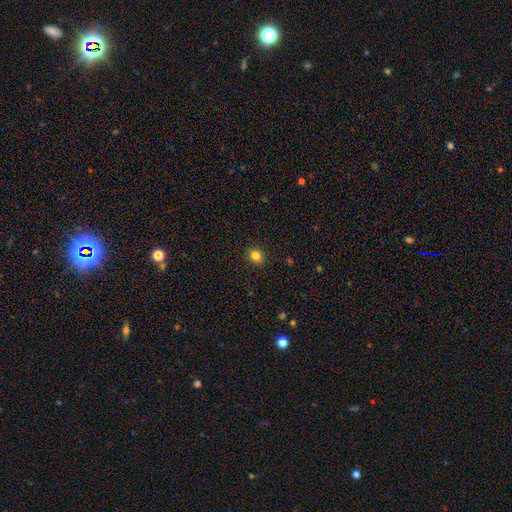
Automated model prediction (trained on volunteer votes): Smooth or featured: smooth — 83% (star or artifact — 11%)
How rounded: round — 54% (in between — 45%)
Merging: none — 90% (minor disturbance — 7%)